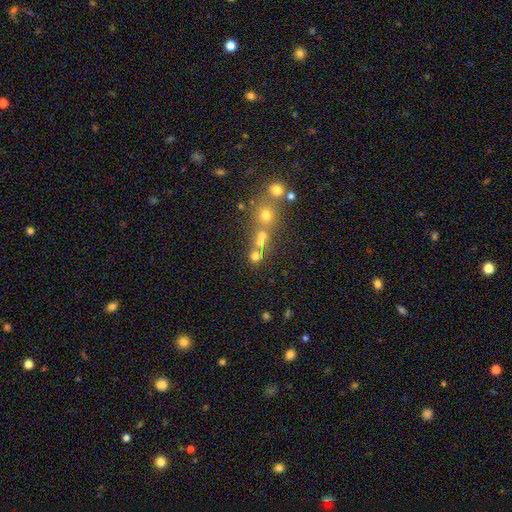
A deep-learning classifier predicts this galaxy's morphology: Smooth or featured: smooth — 63% (star or artifact — 23%)
How rounded: round — 83% (in between — 15%)
Merging: none — 54% (merger — 33%)